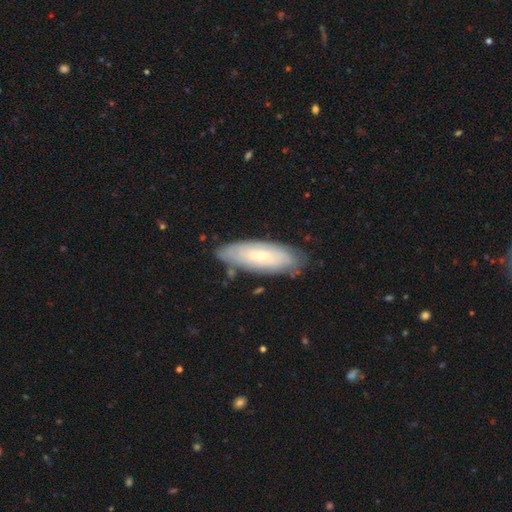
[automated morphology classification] Smooth or featured? Predicted: featured or disk (p=0.53). Edge-on disk? Predicted: no (p=0.75). Merging? Predicted: none (p=0.81).